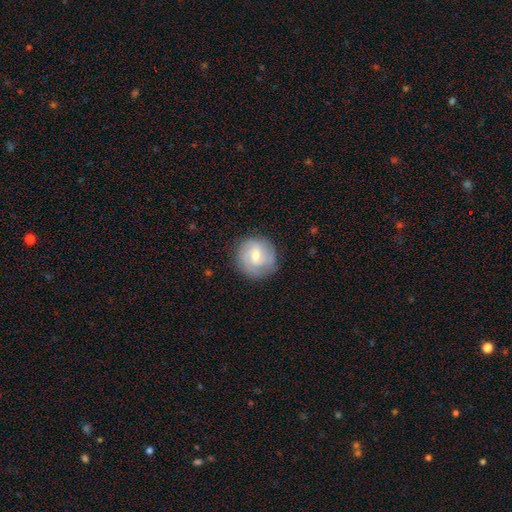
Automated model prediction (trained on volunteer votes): Smooth or featured: featured or disk — 61% (smooth — 33%)
Edge-on disk: no — 98% (yes — 2%)
Bar: weak — 50% (no — 41%)
Spiral arms: yes — 89% (no — 11%)
Spiral winding: tight — 59% (medium — 32%)
Spiral arm count: 2 — 38% (can't tell — 30%)
Bulge size: small — 48% (moderate — 47%)
Merging: none — 84% (minor disturbance — 11%)